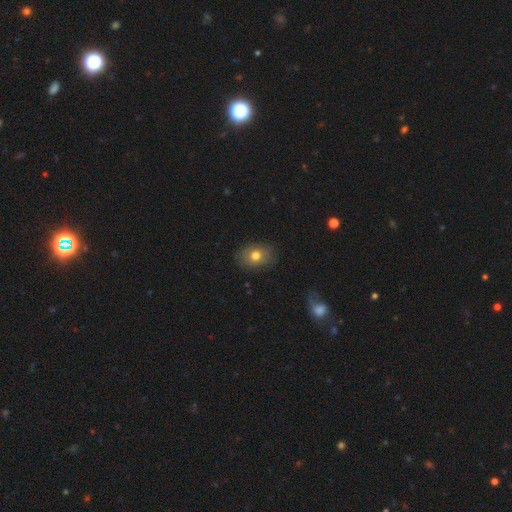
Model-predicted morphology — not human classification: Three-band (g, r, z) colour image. It shows a smooth galaxy with no disk features (74%) that is in between round and cigar-shaped (65%). Merging: none (83%).